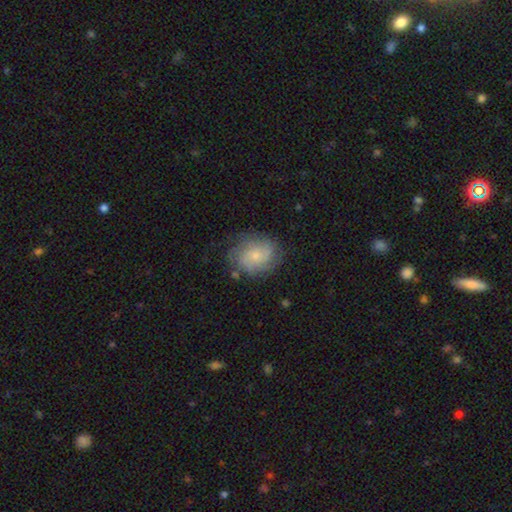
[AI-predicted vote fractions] Morphology: type=featured or disk (58%); edge-on=no (97%); bar=no (73%); spiral arms=yes (87%); bulge=small (63%); merging=none (71%).